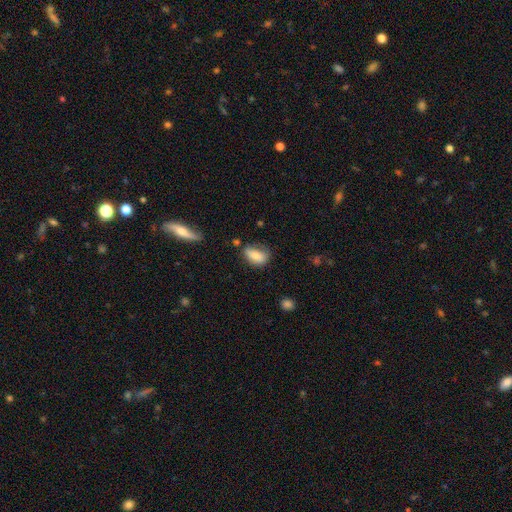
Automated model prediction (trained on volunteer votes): A smooth galaxy with no disk features (80%) that is in between round and cigar-shaped (86%).

Vote fractions:
- Smooth or featured? smooth: 80% / featured or disk: 12% / star or artifact: 8%
- How rounded? in between: 86% / round: 10% / cigar-shaped: 4%
- Merging? none: 51% / minor disturbance: 32% / major disturbance: 12% / merger: 5%